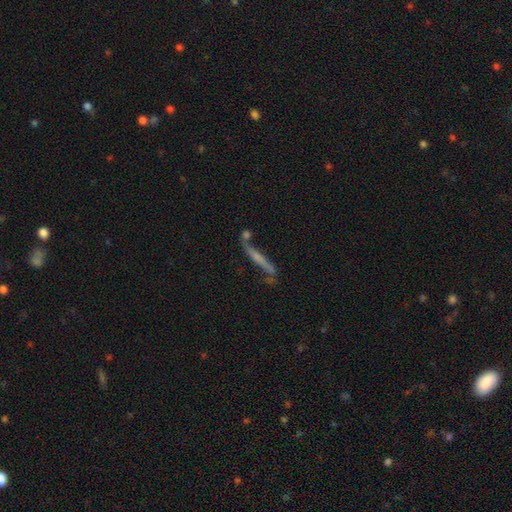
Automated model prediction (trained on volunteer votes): smooth-or-featured: featured or disk: 54% | smooth: 36% | star or artifact: 10%
  disk-edge-on: yes: 81% | no: 19%
  merging: none: 54% | minor disturbance: 19% | merger: 17% | major disturbance: 10%